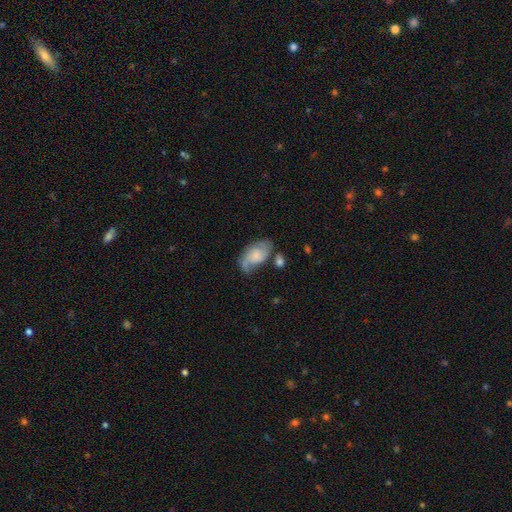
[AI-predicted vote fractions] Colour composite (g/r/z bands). It shows a featured or disk galaxy (59%) with no bar (71%), spiral arms (88%) and a small central bulge (48%). Merging: none (52%).